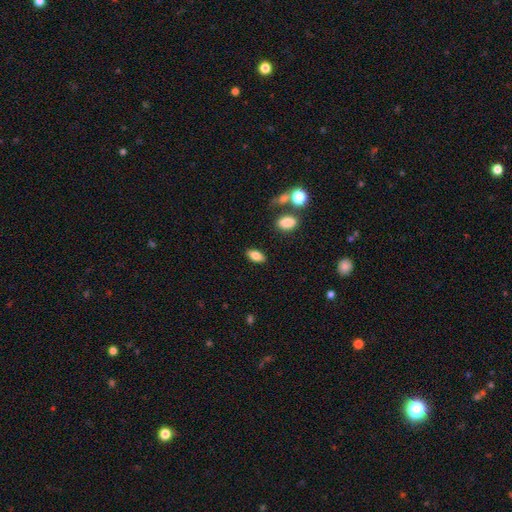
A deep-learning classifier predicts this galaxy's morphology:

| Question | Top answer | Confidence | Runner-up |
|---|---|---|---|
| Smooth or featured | smooth | 80% | featured or disk (12%) |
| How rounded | in between | 89% | cigar-shaped (6%) |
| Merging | none | 87% | minor disturbance (9%) |